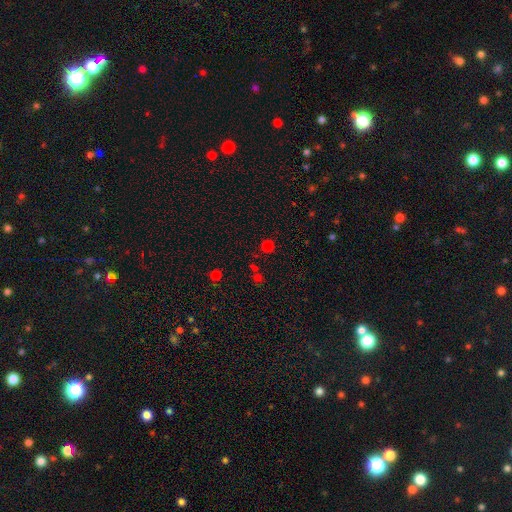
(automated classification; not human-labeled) The model was most divided on "smooth or featured": smooth: 68%, star or artifact: 27%, featured or disk: 5%. More confident: how rounded — round (93%); merging — none (85%).